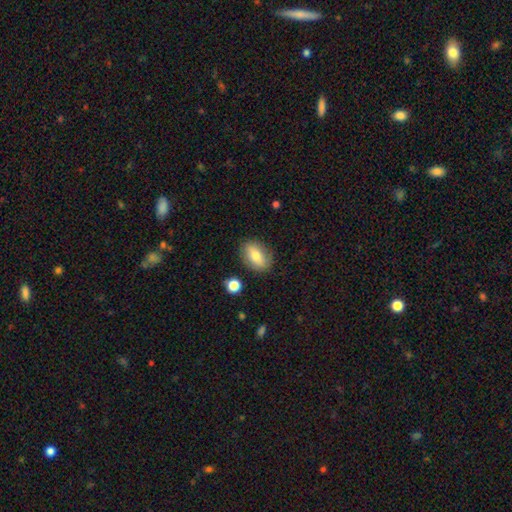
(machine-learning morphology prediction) Overall: smooth (75%). How rounded: in between (85%). Merging: none (84%).